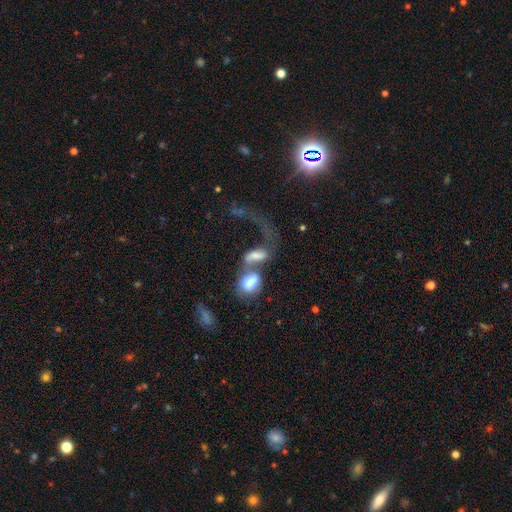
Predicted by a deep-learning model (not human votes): A smooth galaxy with no disk features (54%) that is in between round and cigar-shaped (80%).

Vote fractions:
- Smooth or featured? smooth: 54% / featured or disk: 35% / star or artifact: 11%
- How rounded? in between: 80% / round: 10% / cigar-shaped: 10%
- Merging? merger: 72% / major disturbance: 15% / none: 9% / minor disturbance: 5%